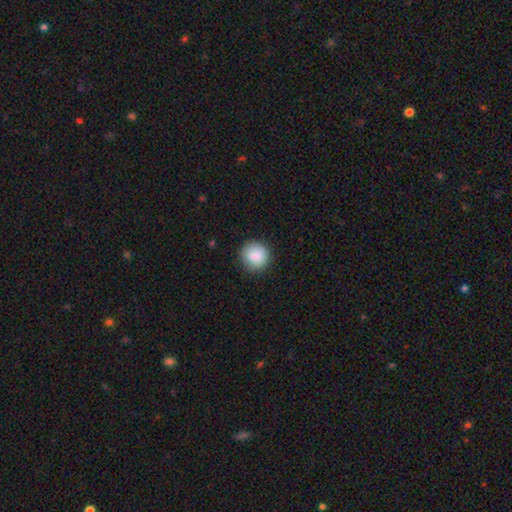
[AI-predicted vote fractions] A smooth galaxy with no disk features (87%) that is round (94%).

Vote fractions:
- Smooth or featured? smooth: 87% / star or artifact: 8% / featured or disk: 6%
- How rounded? round: 94% / in between: 5% / cigar-shaped: 1%
- Merging? none: 89% / minor disturbance: 8% / major disturbance: 2% / merger: 1%